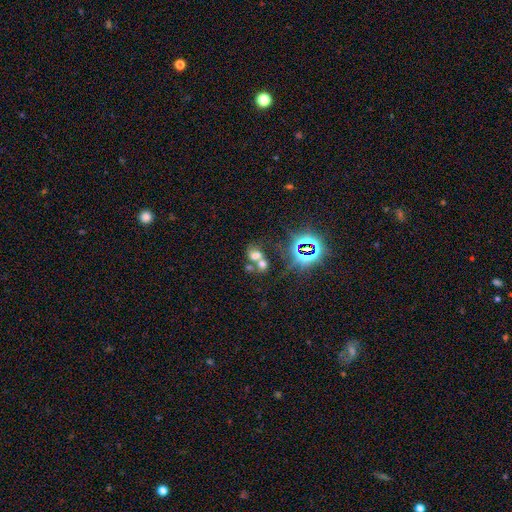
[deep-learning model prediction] smooth 49%, star or artifact 33%, featured or disk 18%. Down the decision tree: merging — merger (58%).